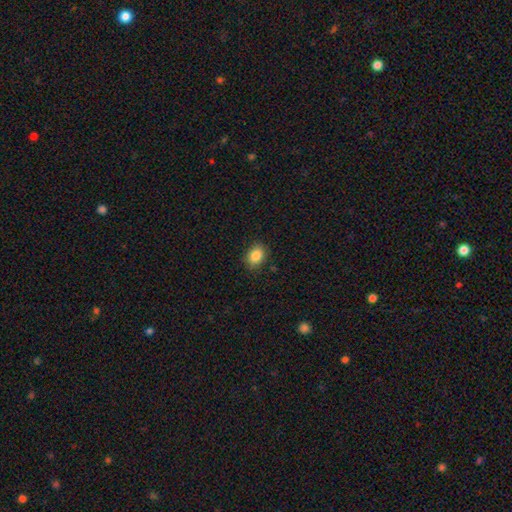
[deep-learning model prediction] Smooth or featured? Predicted: smooth (p=0.86). How rounded? Predicted: in between (p=0.68). Merging? Predicted: none (p=0.84).